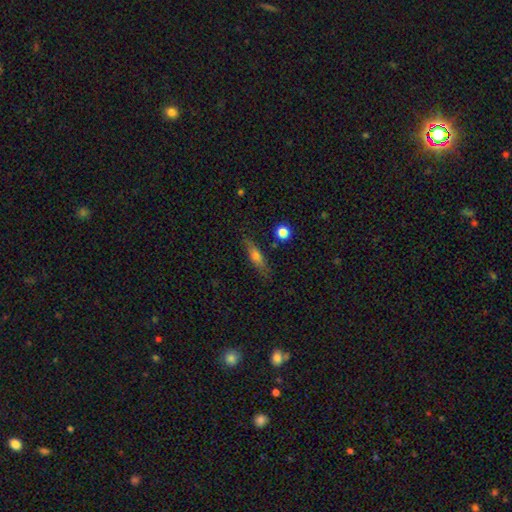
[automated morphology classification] A smooth galaxy with no disk features (55%) that is cigar-shaped (67%).

Vote fractions:
- Smooth or featured? smooth: 55% / featured or disk: 36% / star or artifact: 10%
- How rounded? cigar-shaped: 67% / in between: 28% / round: 4%
- Merging? none: 78% / minor disturbance: 15% / major disturbance: 4% / merger: 2%